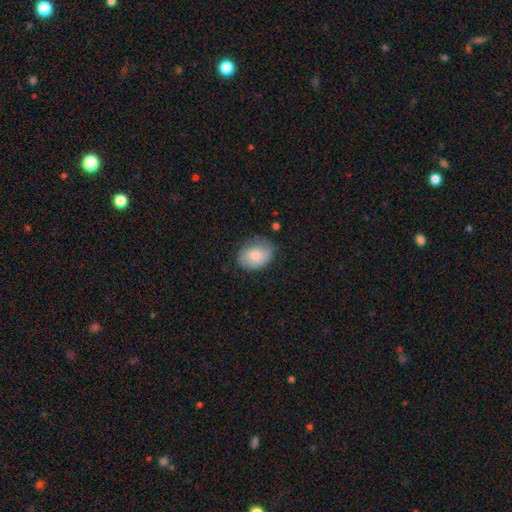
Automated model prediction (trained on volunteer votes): smooth_or_featured: smooth (p=0.71) [alt: featured or disk p=0.22]
how_rounded: in between (p=0.66) [alt: round p=0.33]
merging: none (p=0.66) [alt: minor disturbance p=0.25]